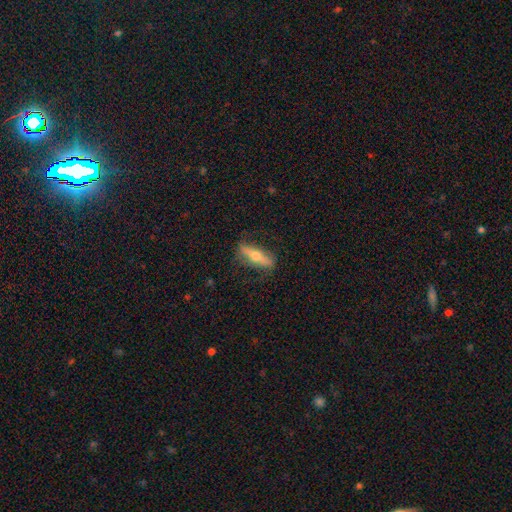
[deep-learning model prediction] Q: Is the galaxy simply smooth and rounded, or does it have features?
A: featured or disk — 54%.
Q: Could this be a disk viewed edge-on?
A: yes — 79%.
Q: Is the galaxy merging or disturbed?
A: none — 81%.